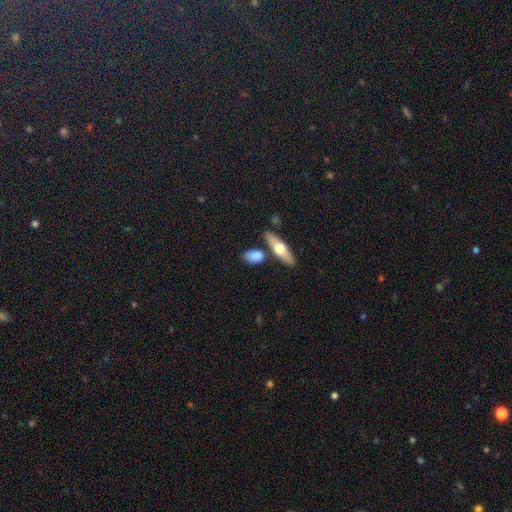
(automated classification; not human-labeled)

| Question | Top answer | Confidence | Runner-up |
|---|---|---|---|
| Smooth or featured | smooth | 72% | featured or disk (23%) |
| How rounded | in between | 74% | cigar-shaped (17%) |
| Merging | none | 68% | merger (15%) |